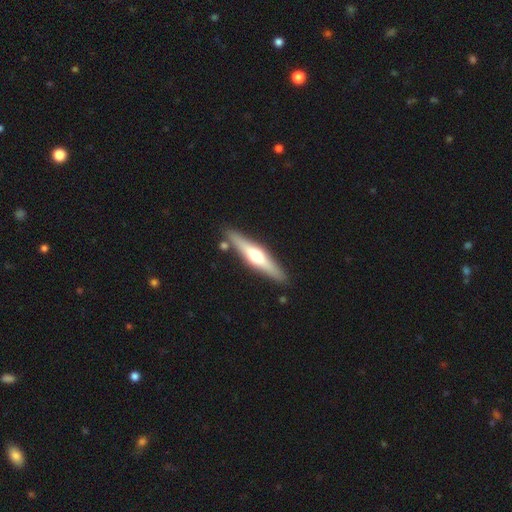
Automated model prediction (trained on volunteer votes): The model was most divided on "smooth or featured": featured or disk: 62%, smooth: 33%, star or artifact: 5%. More confident: edge-on disk — yes (94%); edge-on bulge — rounded (92%); merging — none (86%).